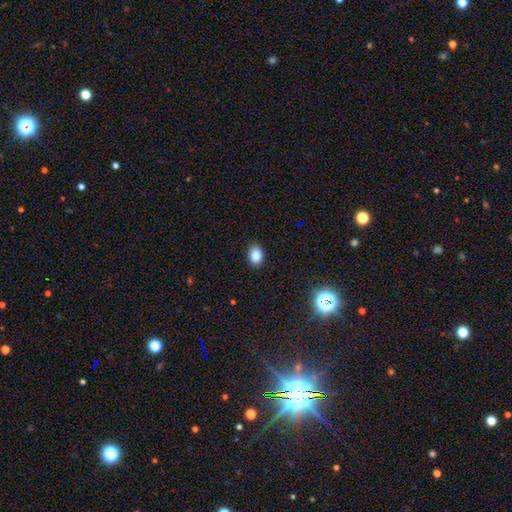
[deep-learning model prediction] Smooth or featured? smooth (84%)
How rounded? in between (74%)
Merging? none (88%)